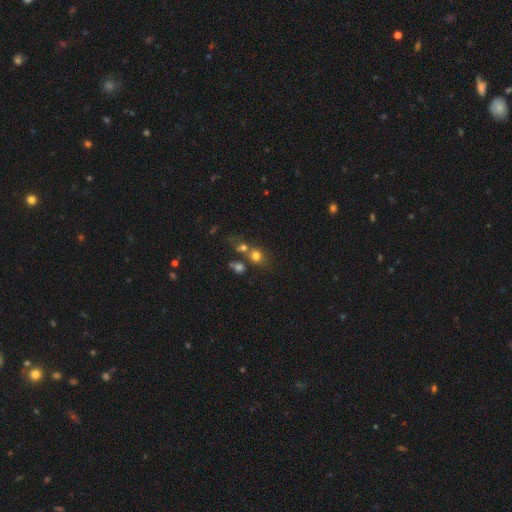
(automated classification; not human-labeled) Smooth or featured? smooth (71%)
How rounded? round (79%)
Merging? none (47%)